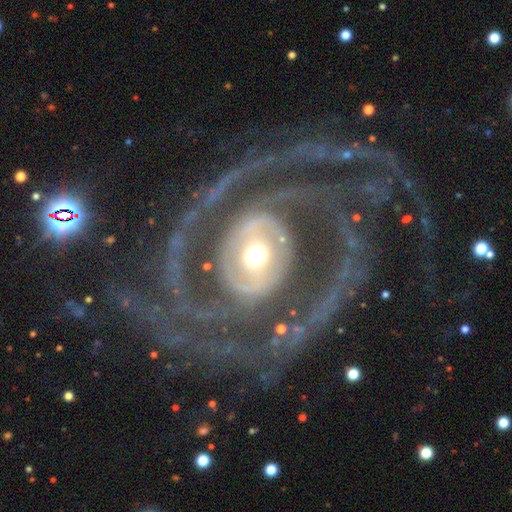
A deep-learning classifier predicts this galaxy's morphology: Overall: featured or disk (87%). Edge-on disk: no (96%). Bar: no (51%; weak 26%). Spiral arms: yes (84%). Spiral arm count: 2 (68%). Spiral winding: medium (40%; tight 36%). Bulge size: moderate (64%). Merging: none (67%).